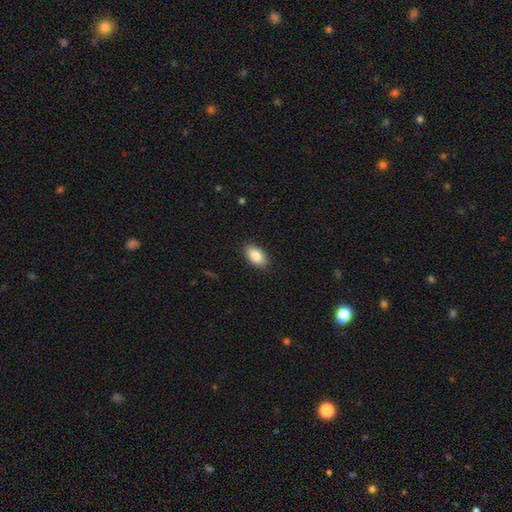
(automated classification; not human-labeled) smooth_or_featured: smooth (p=0.86) [alt: featured or disk p=0.07]
how_rounded: in between (p=0.93) [alt: round p=0.04]
merging: none (p=0.89) [alt: minor disturbance p=0.08]